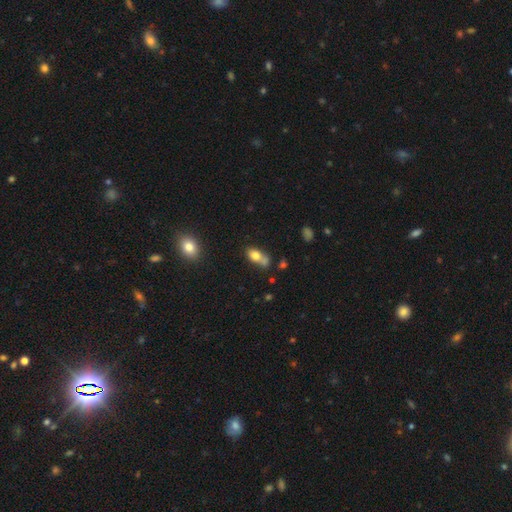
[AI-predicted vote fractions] smooth-or-featured: smooth: 77% | featured or disk: 14% | star or artifact: 10%
  how-rounded: in between: 76% | round: 19% | cigar-shaped: 5%
  merging: merger: 41% | none: 36% | minor disturbance: 16% | major disturbance: 7%